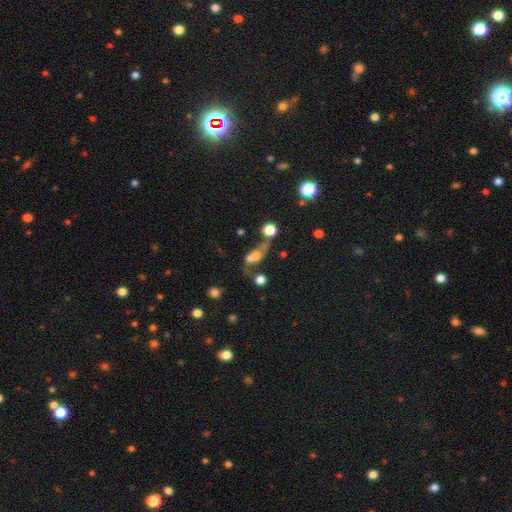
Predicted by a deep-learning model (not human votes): Smooth or featured?
  - smooth: 47% *
  - featured or disk: 37%
  - star or artifact: 16%
Merging?
  - merger: 34% *
  - none: 28%
  - major disturbance: 22%
  - minor disturbance: 16%